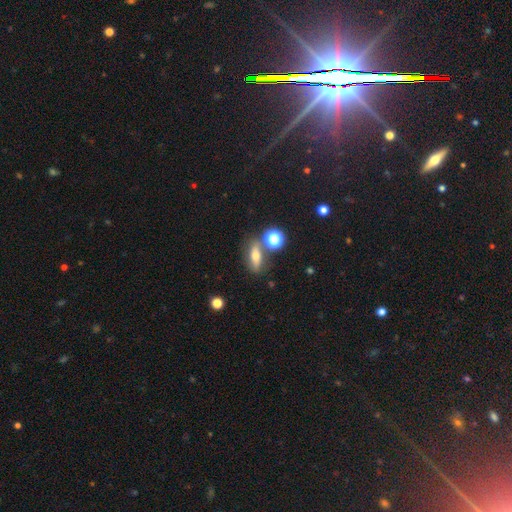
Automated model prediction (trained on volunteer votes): smooth 53%, featured or disk 34%, star or artifact 13%. Down the decision tree: how rounded — in between (50%); merging — none (71%).